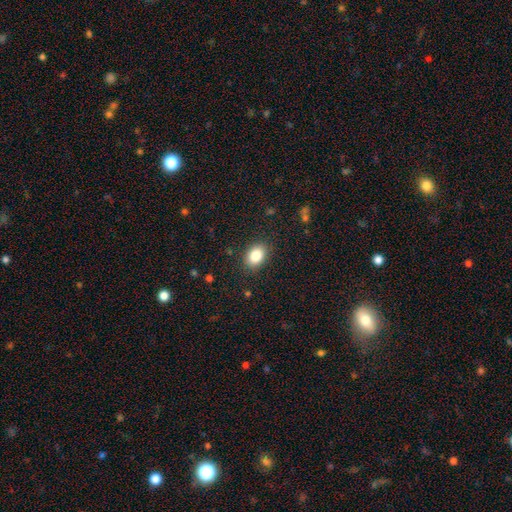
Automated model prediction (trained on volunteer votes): Morphology: type=smooth (85%); roundness=in between (79%); merging=none (87%).